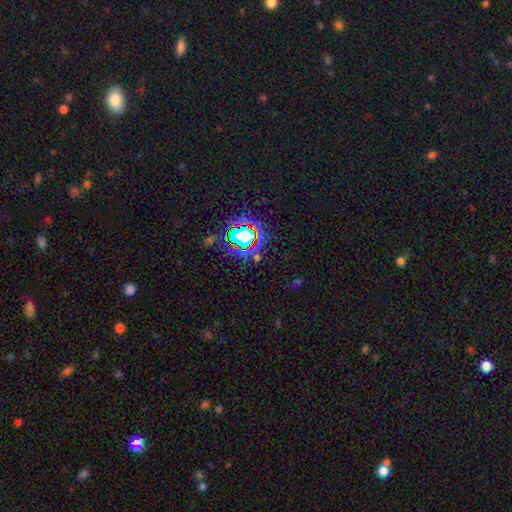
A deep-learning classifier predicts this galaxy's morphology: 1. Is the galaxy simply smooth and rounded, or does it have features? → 75% star or artifact, 15% smooth, 10% featured or disk.